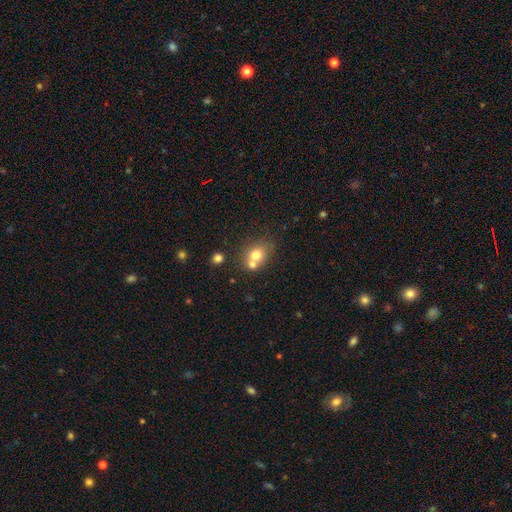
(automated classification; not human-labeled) This appears to be a smooth galaxy with no disk features (72%) that is round (64%). Merging: merger (44%).